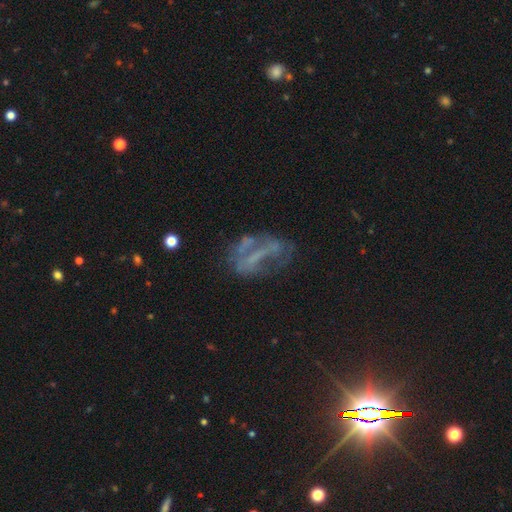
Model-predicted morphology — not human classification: Smooth or featured: featured or disk — 56% (star or artifact — 24%)
Edge-on disk: no — 91% (yes — 9%)
Bar: no — 50% (strong — 28%)
Spiral arms: no — 67% (yes — 33%)
Bulge size: none — 72% (small — 17%)
Merging: none — 42% (major disturbance — 31%)